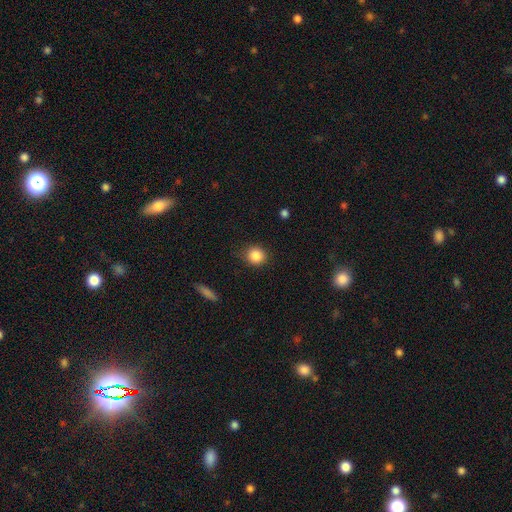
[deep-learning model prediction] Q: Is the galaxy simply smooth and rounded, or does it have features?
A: smooth — 86%.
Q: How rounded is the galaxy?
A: round — 87%.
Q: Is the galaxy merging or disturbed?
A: none — 85%.